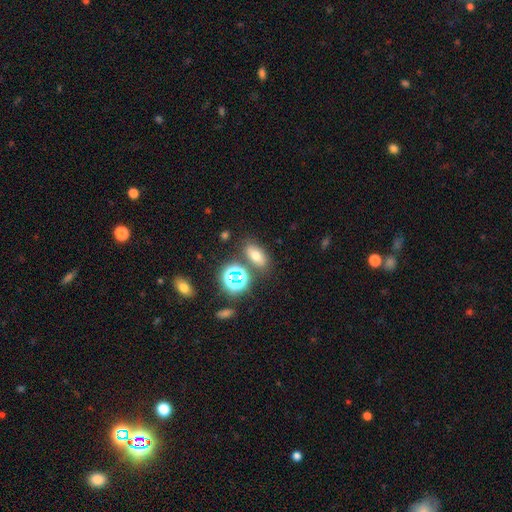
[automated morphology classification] type=smooth (60%); roundness=in between (71%); merging=none (76%).